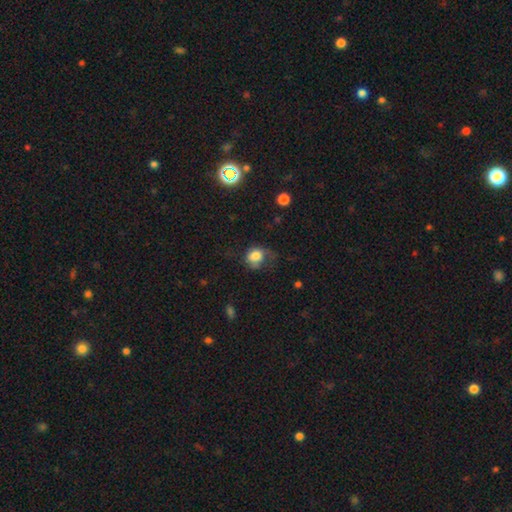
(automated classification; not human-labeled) Smooth or featured?
  - smooth: 76% *
  - featured or disk: 13%
  - star or artifact: 10%
How rounded?
  - round: 59% *
  - in between: 40%
  - cigar-shaped: 1%
Merging?
  - none: 36% *
  - major disturbance: 31%
  - minor disturbance: 30%
  - merger: 2%